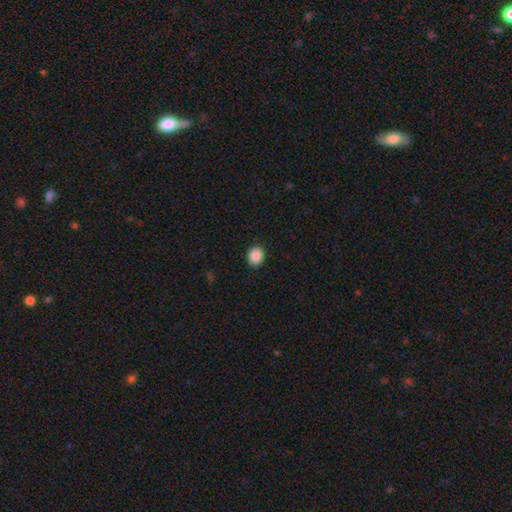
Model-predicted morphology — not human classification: Q: Smooth or featured?
A: smooth (89%); runner-up: star or artifact (9%)
Q: How rounded?
A: round (68%); runner-up: in between (31%)
Q: Merging?
A: none (91%); runner-up: minor disturbance (6%)